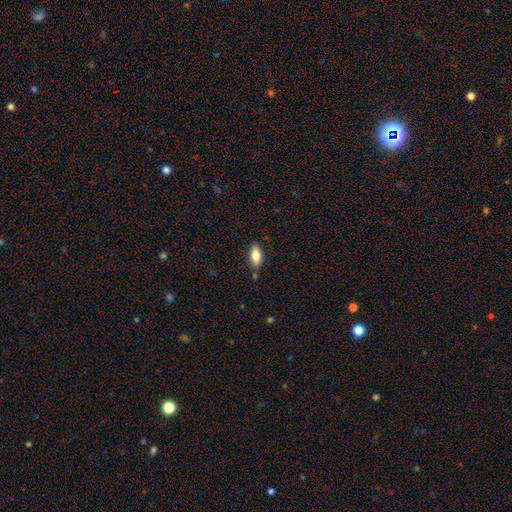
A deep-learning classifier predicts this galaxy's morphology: Overall: smooth (81%). How rounded: in between (89%). Merging: none (82%).